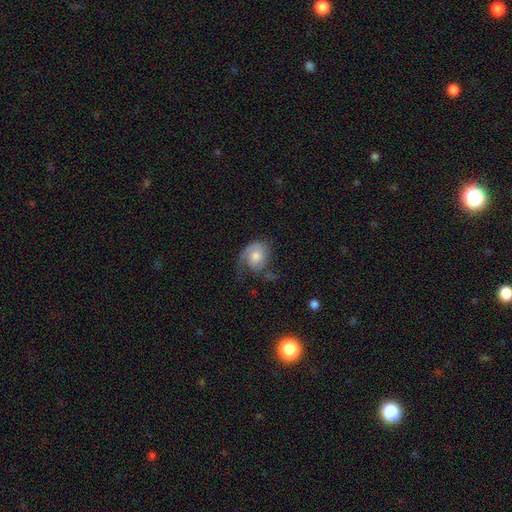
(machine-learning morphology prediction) A featured or disk galaxy (55%) with no bar (76%), spiral arms (87%) and a moderate central bulge (57%). Merging: none (40%).